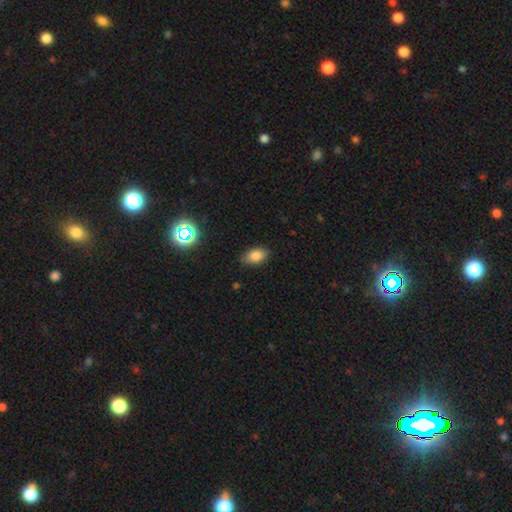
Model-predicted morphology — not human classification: Smooth or featured?
  - smooth: 82% *
  - star or artifact: 11%
  - featured or disk: 7%
How rounded?
  - in between: 88% *
  - round: 10%
  - cigar-shaped: 2%
Merging?
  - none: 83% *
  - minor disturbance: 13%
  - major disturbance: 3%
  - merger: 1%